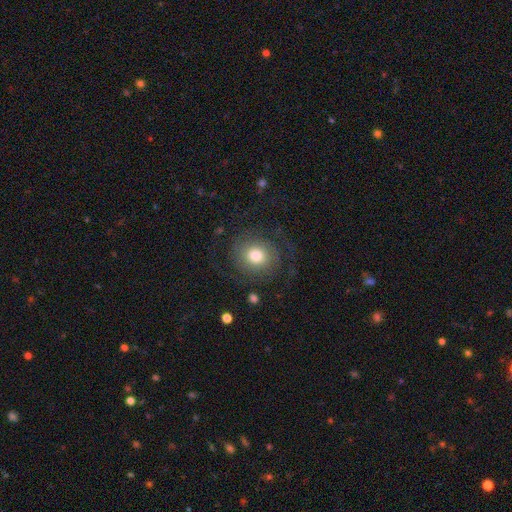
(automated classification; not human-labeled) Morphology: type=featured or disk (53%); edge-on=no (97%); bar=no (81%); spiral arms=yes (85%); bulge=moderate (56%); merging=none (75%).